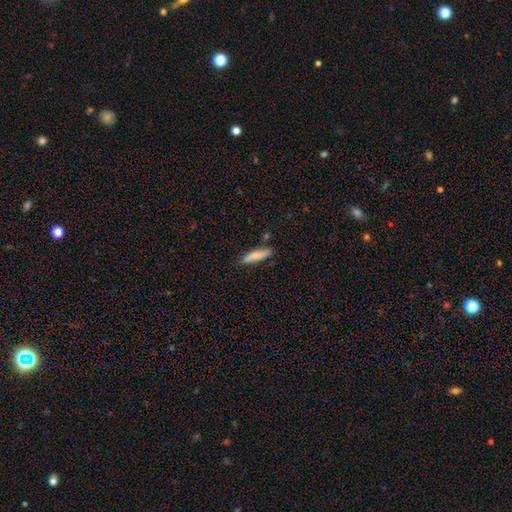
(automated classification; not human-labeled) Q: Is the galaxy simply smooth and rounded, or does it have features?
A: smooth — 79%.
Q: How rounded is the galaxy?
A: cigar-shaped — 75%.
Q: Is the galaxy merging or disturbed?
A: none — 79%.